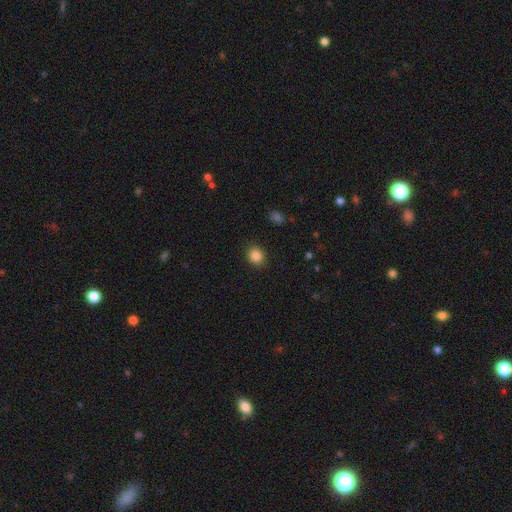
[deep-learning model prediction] Smooth or featured? smooth (85%)
How rounded? round (71%)
Merging? none (89%)